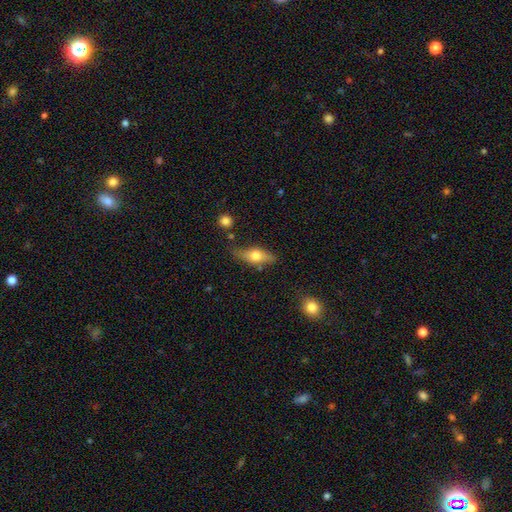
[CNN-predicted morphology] Overall: smooth (56%; featured or disk 37%). How rounded: in between (68%). Merging: none (71%).